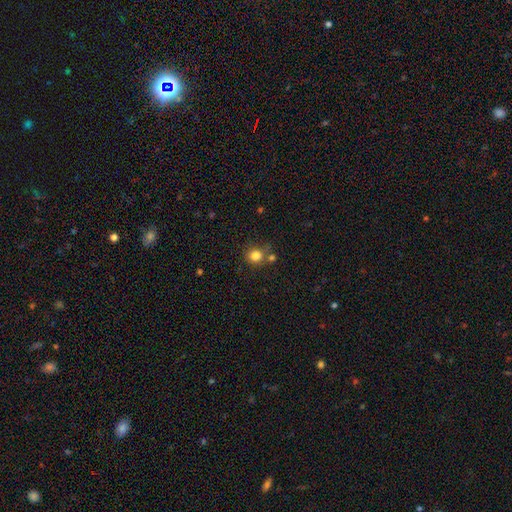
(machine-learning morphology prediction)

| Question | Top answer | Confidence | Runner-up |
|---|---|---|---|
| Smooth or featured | smooth | 82% | star or artifact (12%) |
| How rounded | round | 86% | in between (13%) |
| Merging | none | 67% | merger (15%) |